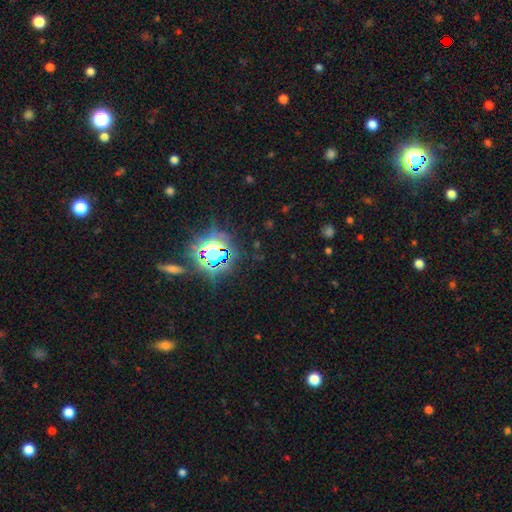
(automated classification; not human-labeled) smooth_or_featured: star or artifact (p=0.79) [alt: smooth p=0.13]